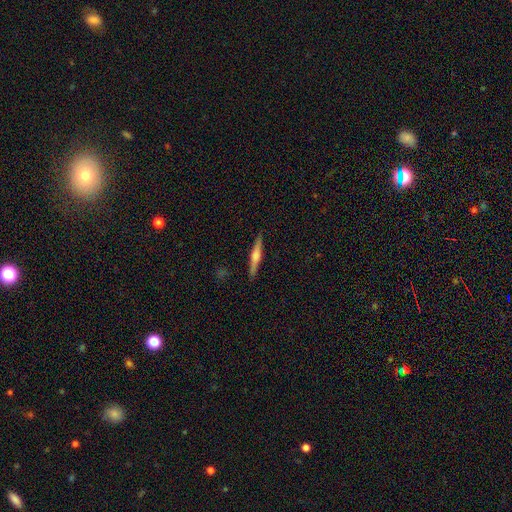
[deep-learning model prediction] Q: Smooth or featured?
A: featured or disk (58%); runner-up: smooth (35%)
Q: Edge-on disk?
A: yes (97%); runner-up: no (3%)
Q: Edge-on bulge?
A: rounded (74%); runner-up: boxy (18%)
Q: Merging?
A: none (90%); runner-up: minor disturbance (7%)